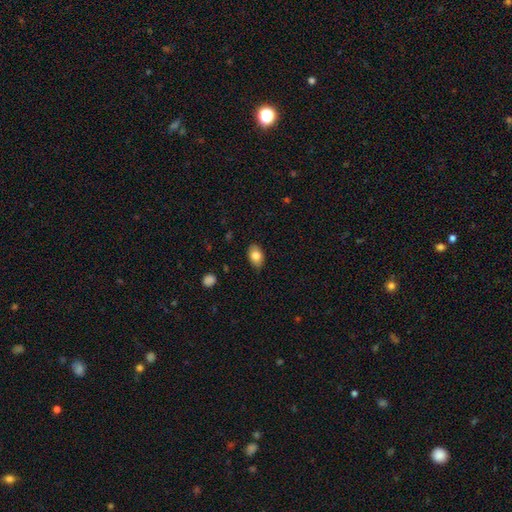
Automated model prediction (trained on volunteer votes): This is clearly a smooth galaxy (82%). How rounded: clearly in between (88%). Merging: clearly none (84%).